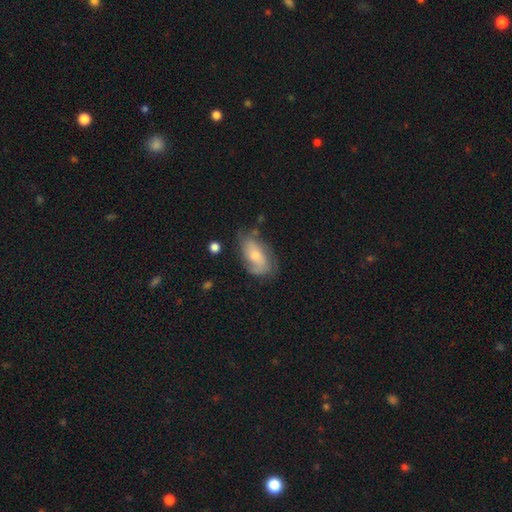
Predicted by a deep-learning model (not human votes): Smooth or featured: featured or disk — 52% (smooth — 41%)
Edge-on disk: no — 93% (yes — 7%)
Merging: none — 58% (minor disturbance — 27%)